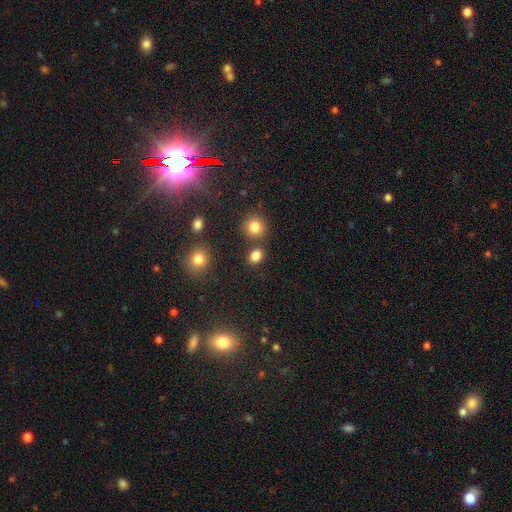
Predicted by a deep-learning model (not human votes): Morphology: type=smooth (83%); roundness=round (50%); merging=none (78%).